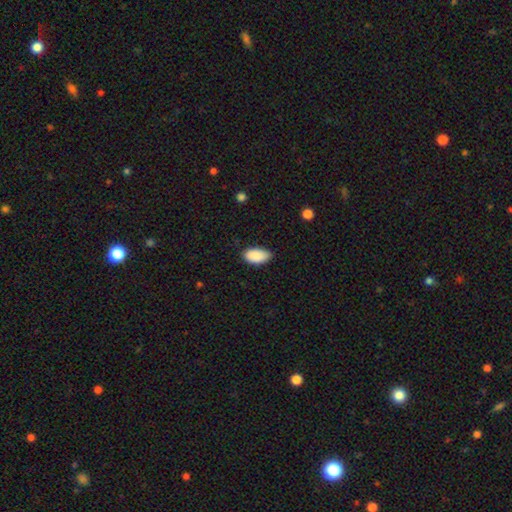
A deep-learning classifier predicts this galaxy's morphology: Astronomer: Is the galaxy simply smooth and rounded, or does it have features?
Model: smooth — 90%.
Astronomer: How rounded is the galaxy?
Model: in between — 95%.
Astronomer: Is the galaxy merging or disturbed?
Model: none — 75%.